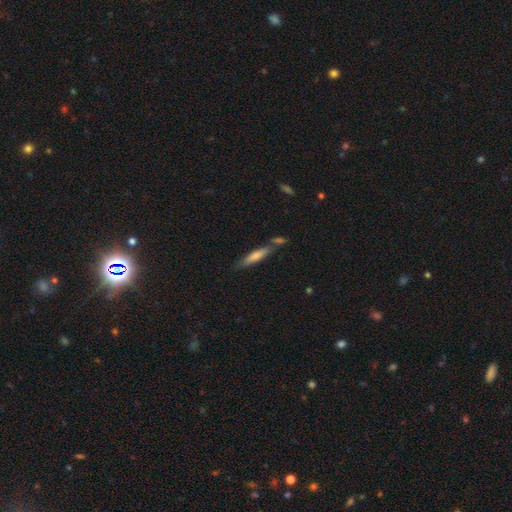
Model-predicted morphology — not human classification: smooth_or_featured: smooth (p=0.50) [alt: featured or disk p=0.41]
merging: none (p=0.72) [alt: minor disturbance p=0.13]